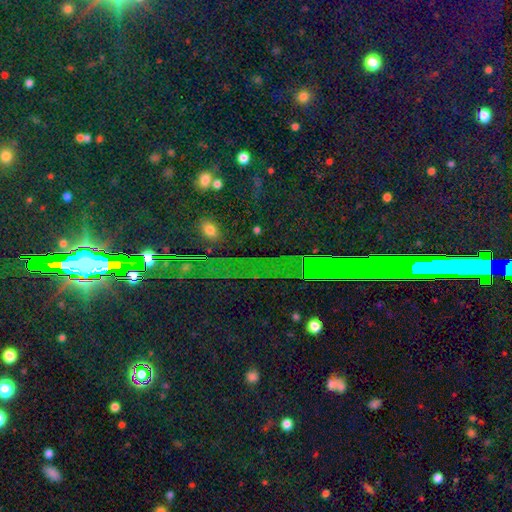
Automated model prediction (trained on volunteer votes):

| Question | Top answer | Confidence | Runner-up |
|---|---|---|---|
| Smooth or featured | star or artifact | 79% | smooth (12%) |